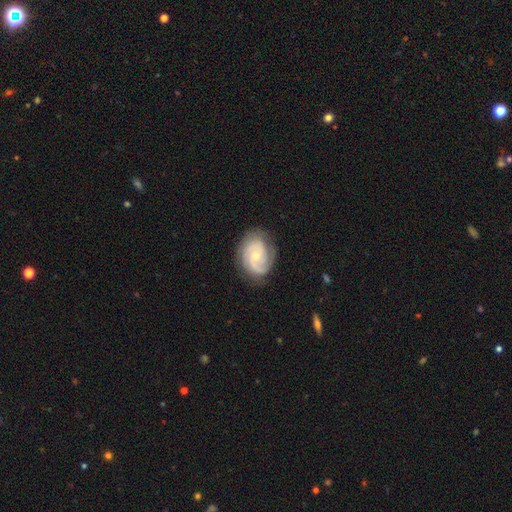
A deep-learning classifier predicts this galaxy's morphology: featured or disk 83%, smooth 12%, star or artifact 5%. Down the decision tree: edge-on disk — no (98%); bar — no (71%); spiral arms — yes (96%); spiral arm count — 2 (41%); spiral winding — tight (57%); bulge size — small (55%); merging — none (74%).